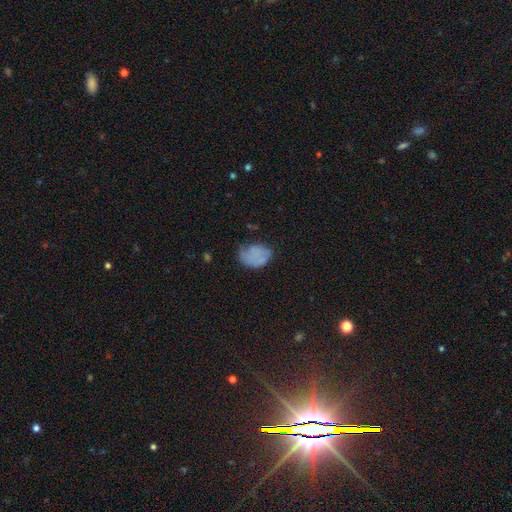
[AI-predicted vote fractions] This is likely a smooth galaxy (70%). How rounded: likely in between (76%). Merging: marginally none (43%).